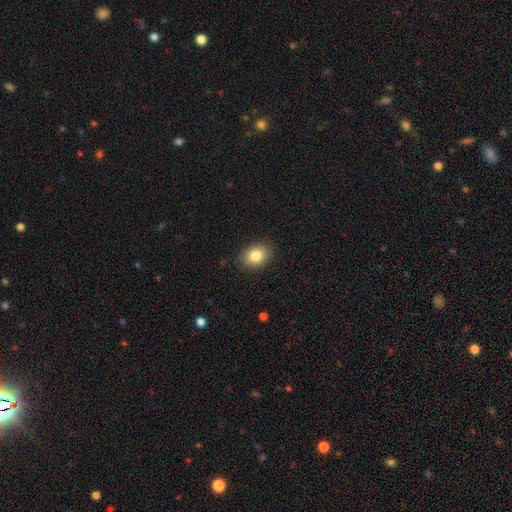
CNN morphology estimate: smooth_or_featured: smooth (p=0.82) [alt: star or artifact p=0.09]
how_rounded: in between (p=0.67) [alt: round p=0.32]
merging: none (p=0.88) [alt: minor disturbance p=0.09]